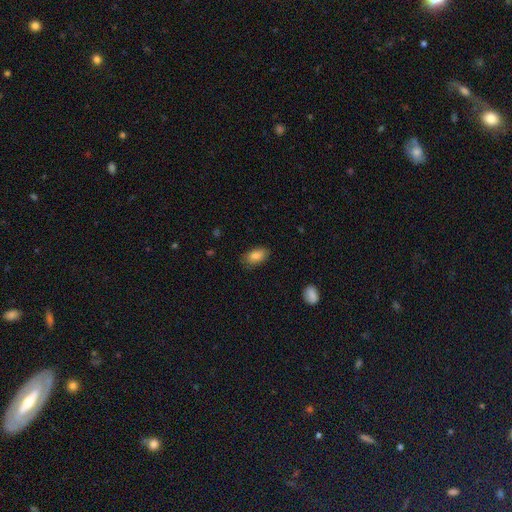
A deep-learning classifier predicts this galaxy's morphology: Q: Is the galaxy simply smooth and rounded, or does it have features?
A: smooth — 85%.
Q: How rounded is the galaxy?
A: in between — 91%.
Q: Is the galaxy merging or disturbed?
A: none — 82%.